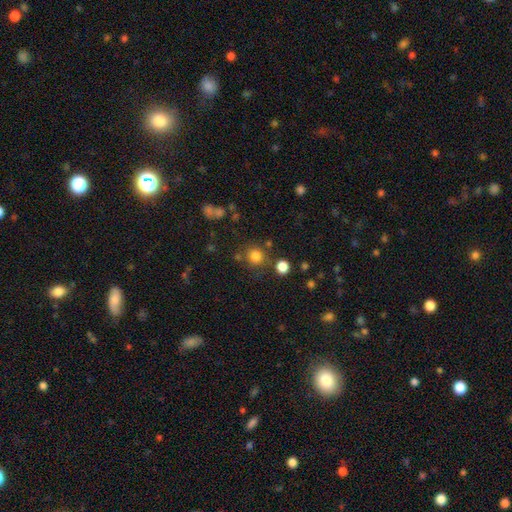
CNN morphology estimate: Q: Smooth or featured?
A: smooth (80%); runner-up: star or artifact (14%)
Q: How rounded?
A: round (92%); runner-up: in between (7%)
Q: Merging?
A: none (78%); runner-up: minor disturbance (9%)